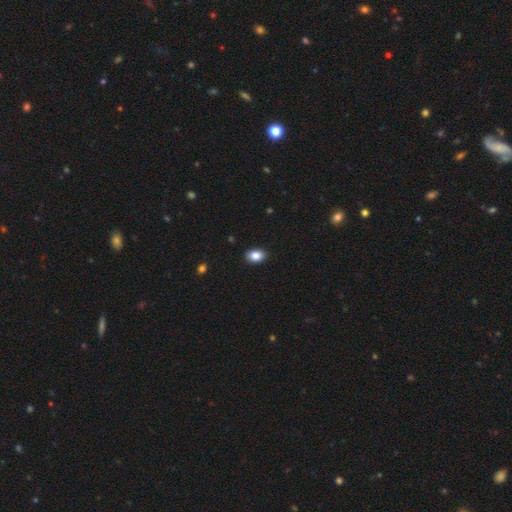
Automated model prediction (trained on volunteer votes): Morphology: type=smooth (86%); roundness=in between (81%); merging=none (90%).